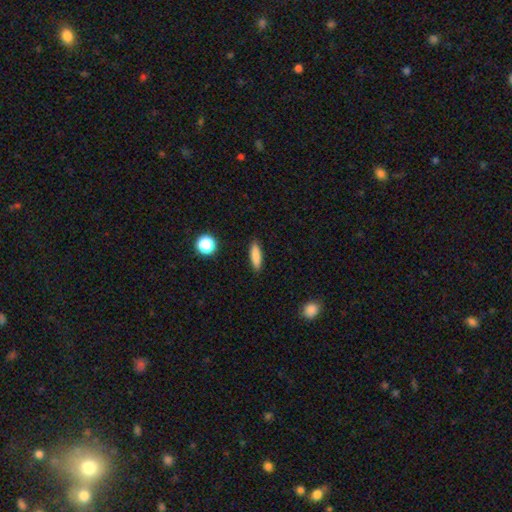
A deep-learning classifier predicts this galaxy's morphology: type=smooth (83%); roundness=cigar-shaped (68%); merging=none (90%).